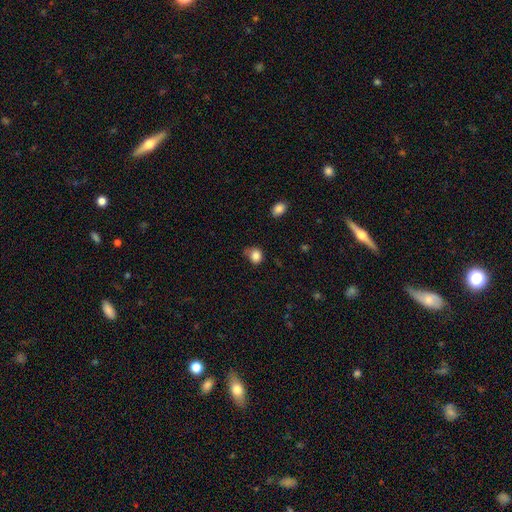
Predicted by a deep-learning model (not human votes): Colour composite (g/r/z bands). It shows a smooth galaxy with no disk features (84%) that is round (72%). Merging: none (55%).